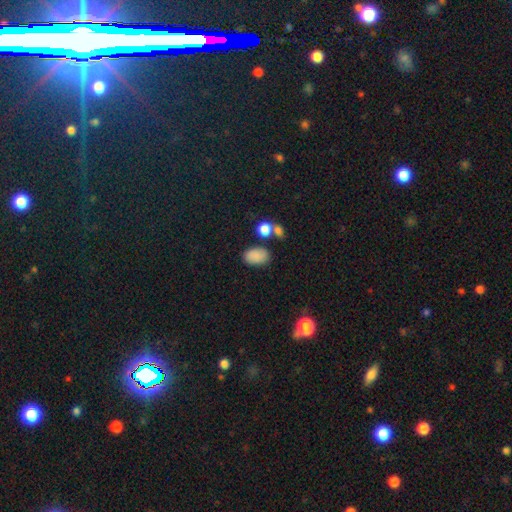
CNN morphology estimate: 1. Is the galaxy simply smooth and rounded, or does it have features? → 86% smooth, 9% star or artifact, 5% featured or disk.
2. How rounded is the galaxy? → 90% in between, 9% round, 1% cigar-shaped.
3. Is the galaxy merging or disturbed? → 70% none, 14% minor disturbance, 12% merger, 5% major disturbance.